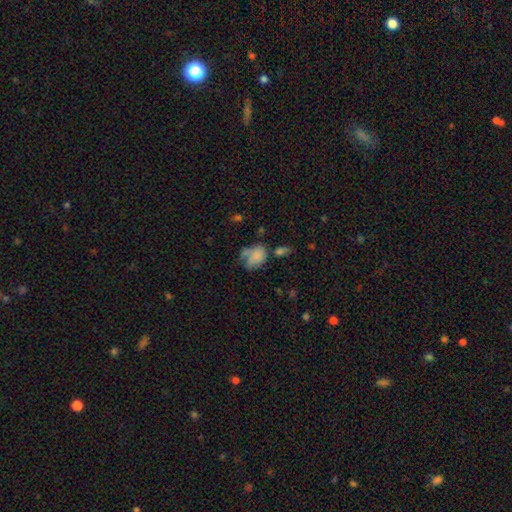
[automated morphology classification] Smooth or featured?
  - smooth: 70% *
  - featured or disk: 19%
  - star or artifact: 10%
How rounded?
  - in between: 71% *
  - round: 28%
  - cigar-shaped: 1%
Merging?
  - none: 31% *
  - minor disturbance: 24%
  - merger: 23%
  - major disturbance: 22%